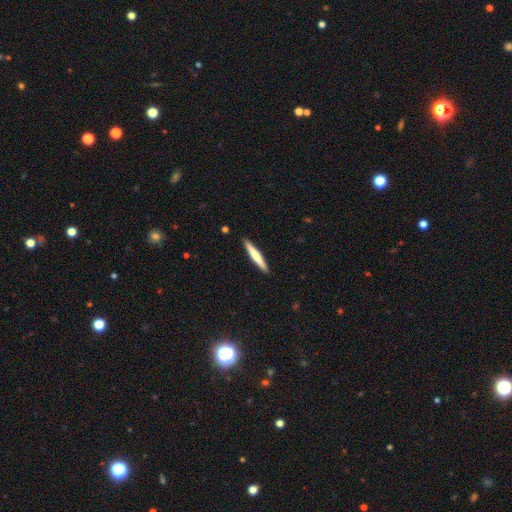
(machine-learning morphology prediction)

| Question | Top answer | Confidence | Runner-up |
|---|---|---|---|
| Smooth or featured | smooth | 62% | featured or disk (33%) |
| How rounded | cigar-shaped | 95% | in between (4%) |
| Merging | none | 91% | minor disturbance (6%) |